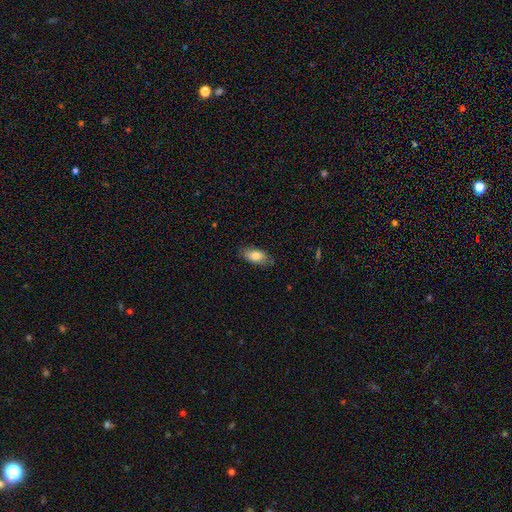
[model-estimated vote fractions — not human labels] A smooth galaxy with no disk features (78%) that is in between round and cigar-shaped (88%). Merging: none (80%).